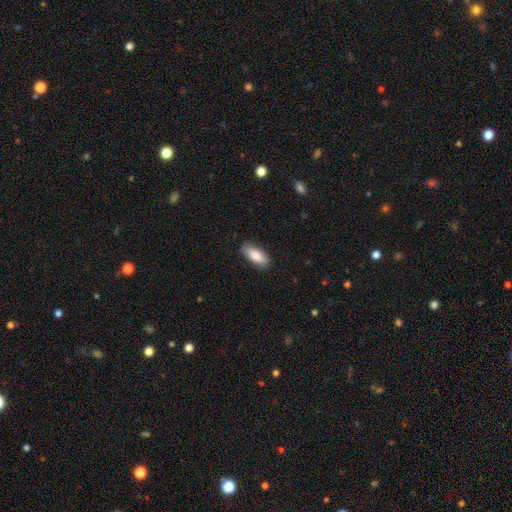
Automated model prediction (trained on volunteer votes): Smooth or featured? smooth (87%)
How rounded? in between (82%)
Merging? none (86%)